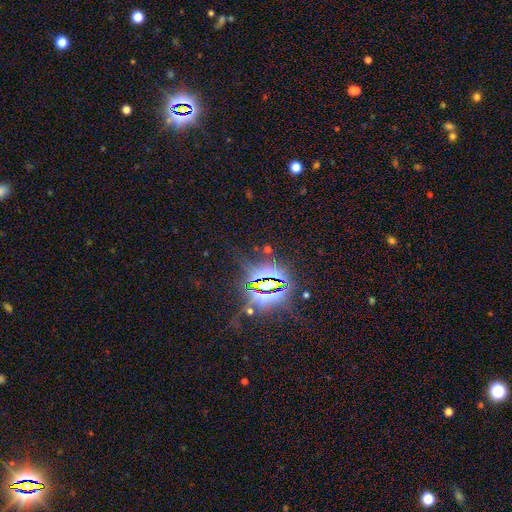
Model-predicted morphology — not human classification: This is clearly a star or artifact rather than a galaxy (87%).